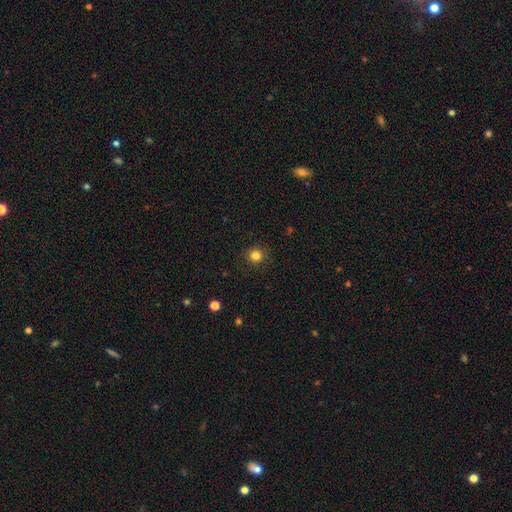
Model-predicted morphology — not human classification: This is clearly a smooth galaxy (83%). How rounded: clearly round (93%). Merging: clearly none (90%).